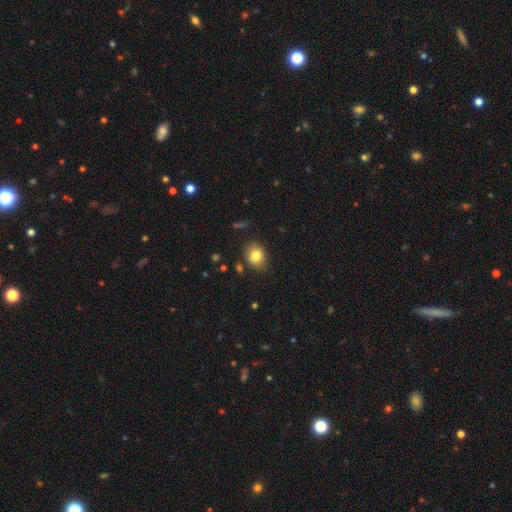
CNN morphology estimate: The model was most divided on "how rounded": round: 55%, in between: 44%, cigar-shaped: 1%. More confident: smooth or featured — smooth (82%); merging — none (80%).